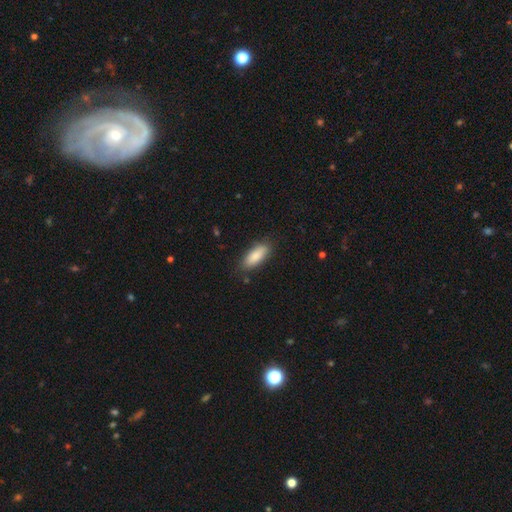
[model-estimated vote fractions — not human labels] Smooth or featured?
  - smooth: 86% *
  - featured or disk: 8%
  - star or artifact: 6%
How rounded?
  - in between: 74% *
  - cigar-shaped: 24%
  - round: 2%
Merging?
  - none: 84% *
  - minor disturbance: 12%
  - major disturbance: 3%
  - merger: 1%